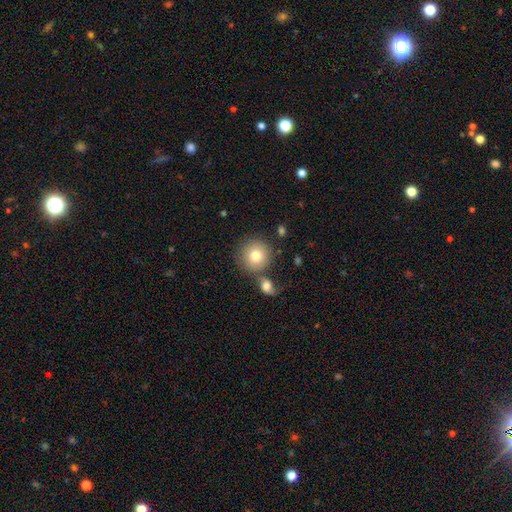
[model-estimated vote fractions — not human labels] Smooth or featured?
  - smooth: 80% *
  - featured or disk: 11%
  - star or artifact: 8%
How rounded?
  - round: 93% *
  - in between: 6%
  - cigar-shaped: 1%
Merging?
  - none: 68% *
  - merger: 17%
  - minor disturbance: 10%
  - major disturbance: 5%